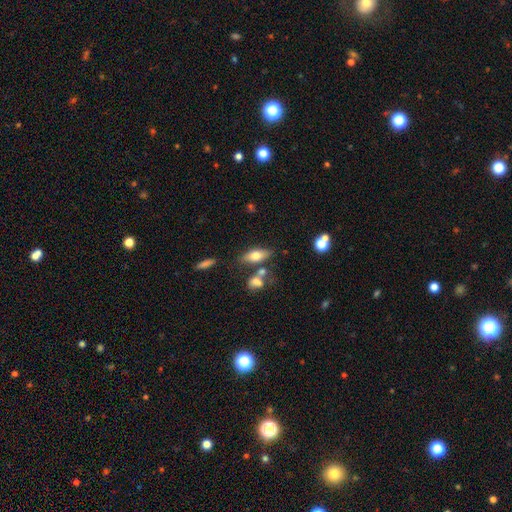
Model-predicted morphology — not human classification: Q: Smooth or featured?
A: smooth (70%); runner-up: featured or disk (22%)
Q: How rounded?
A: in between (76%); runner-up: cigar-shaped (20%)
Q: Merging?
A: none (63%); runner-up: merger (17%)